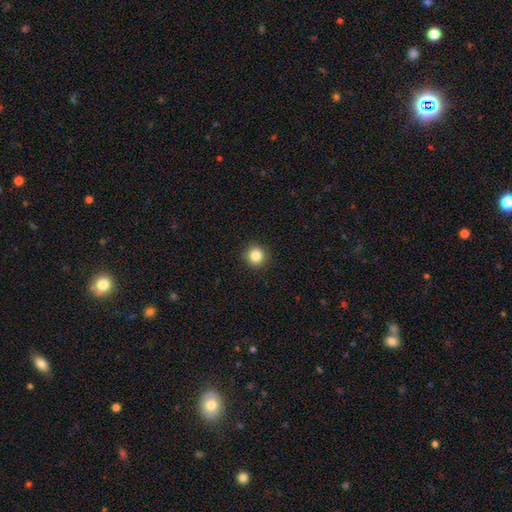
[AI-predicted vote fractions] Overall: smooth (84%). How rounded: round (93%). Merging: none (92%).